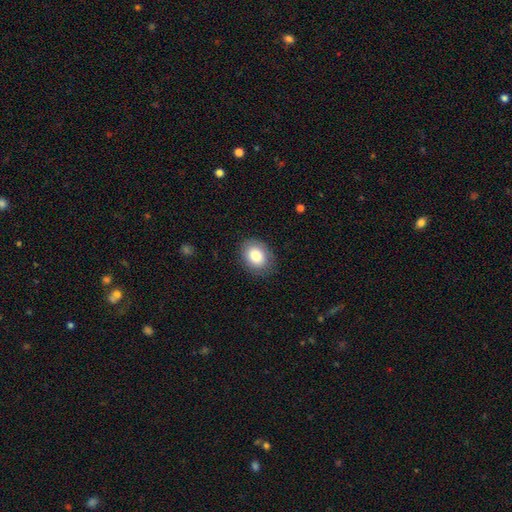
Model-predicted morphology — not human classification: Smooth or featured? smooth (82%)
How rounded? in between (63%)
Merging? none (84%)